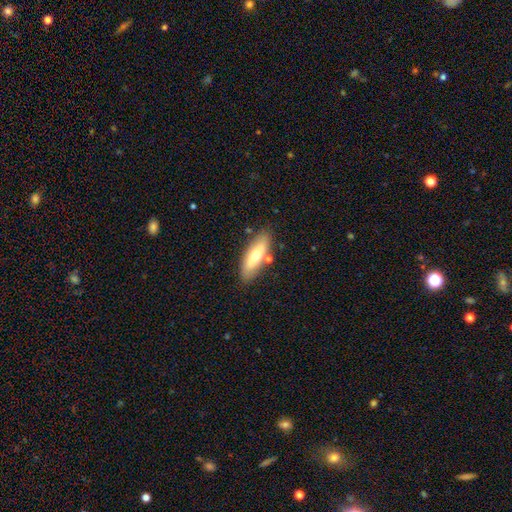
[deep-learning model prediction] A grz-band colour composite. It shows a smooth galaxy with no disk features (59%) that is in between round and cigar-shaped (60%). Merging: none (79%).